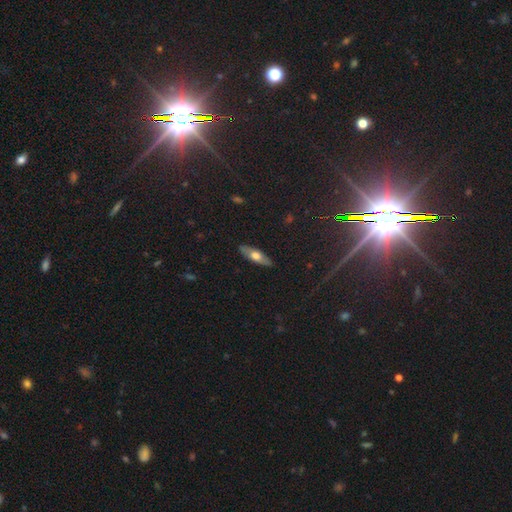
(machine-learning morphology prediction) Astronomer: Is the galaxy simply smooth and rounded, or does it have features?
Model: smooth — 51% (runner-up: featured or disk, 43%).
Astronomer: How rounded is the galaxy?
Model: cigar-shaped — 53% (runner-up: in between, 45%).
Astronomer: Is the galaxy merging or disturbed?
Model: none — 88%.